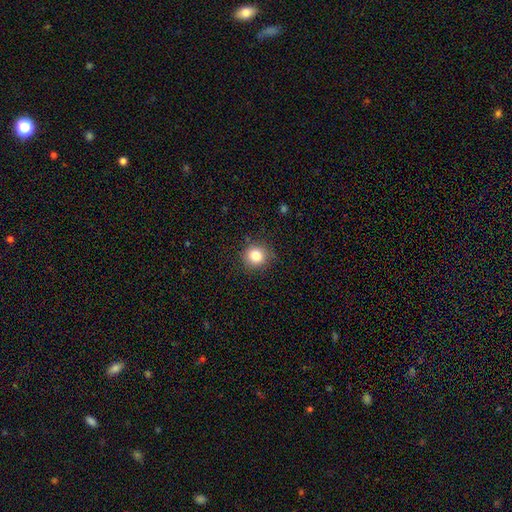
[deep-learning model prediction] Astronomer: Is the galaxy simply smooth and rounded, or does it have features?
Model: smooth — 83%.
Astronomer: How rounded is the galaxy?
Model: round — 89%.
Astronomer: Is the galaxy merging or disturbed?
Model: none — 86%.